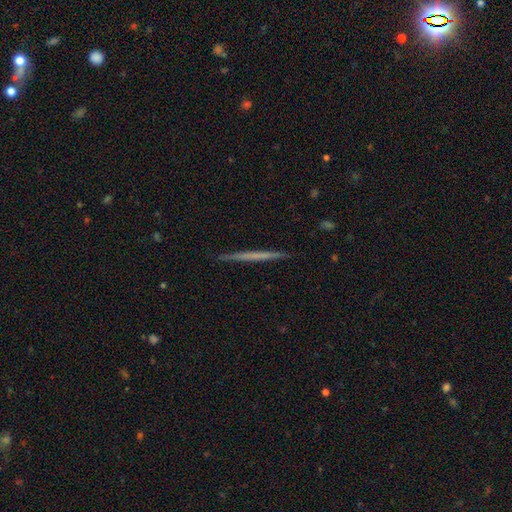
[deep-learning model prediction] Overall: featured or disk (51%; smooth 44%). Edge-on disk: yes (98%). Merging: none (92%).